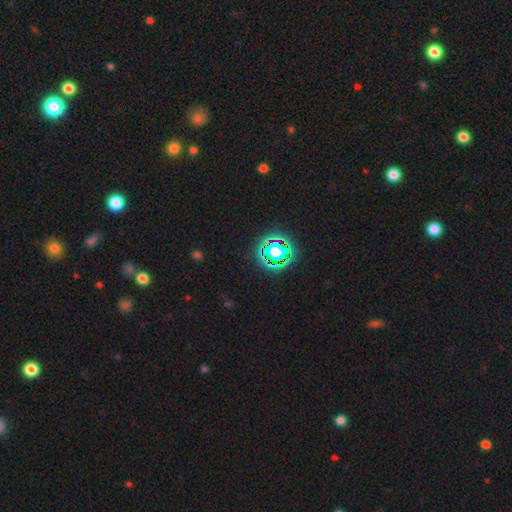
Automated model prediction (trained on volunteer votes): Morphology: type=star or artifact (74%).